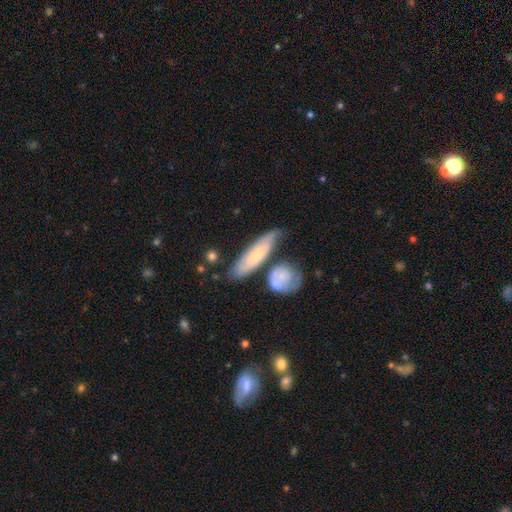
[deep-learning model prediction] Smooth or featured: smooth — 59% (featured or disk — 35%)
How rounded: cigar-shaped — 59% (in between — 38%)
Merging: none — 54% (minor disturbance — 22%)